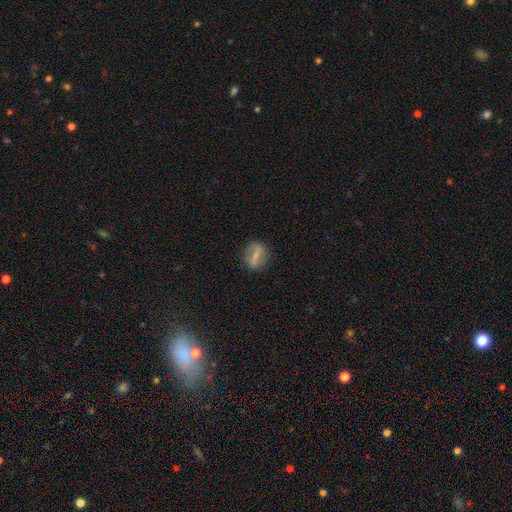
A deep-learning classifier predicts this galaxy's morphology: Smooth or featured?
  - smooth: 52% *
  - featured or disk: 38%
  - star or artifact: 9%
How rounded?
  - in between: 46% * (tied)
  - round: 46% * (tied)
  - cigar-shaped: 8%
Merging?
  - none: 84% *
  - minor disturbance: 10%
  - major disturbance: 4%
  - merger: 1%